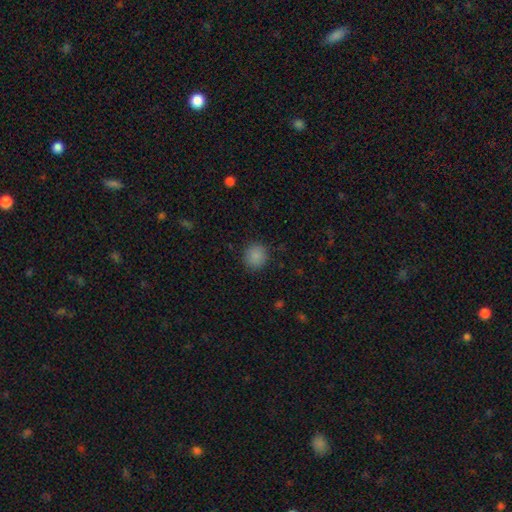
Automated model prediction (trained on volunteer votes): A smooth galaxy with no disk features (87%) that is round (89%). Merging: none (88%).